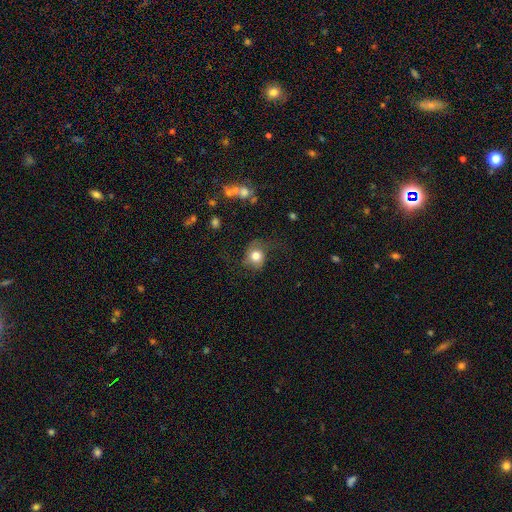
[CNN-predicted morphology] smooth 67%, featured or disk 23%, star or artifact 9%. Down the decision tree: how rounded — round (72%); merging — none (54%).